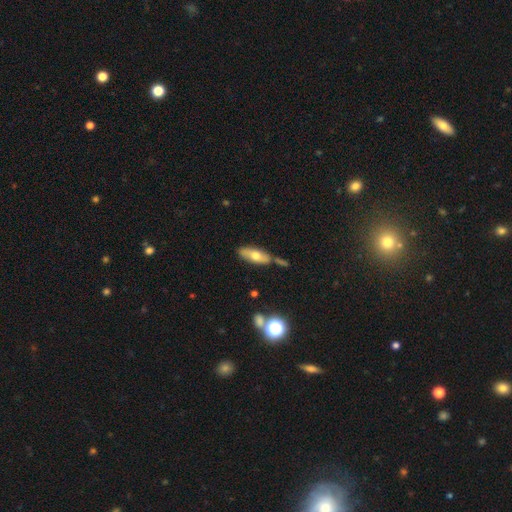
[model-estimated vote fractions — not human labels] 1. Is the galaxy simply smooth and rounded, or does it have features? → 60% smooth, 33% featured or disk, 7% star or artifact.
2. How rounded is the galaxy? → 66% in between, 31% cigar-shaped, 3% round.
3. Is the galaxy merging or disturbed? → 66% none, 18% minor disturbance, 12% merger, 4% major disturbance.